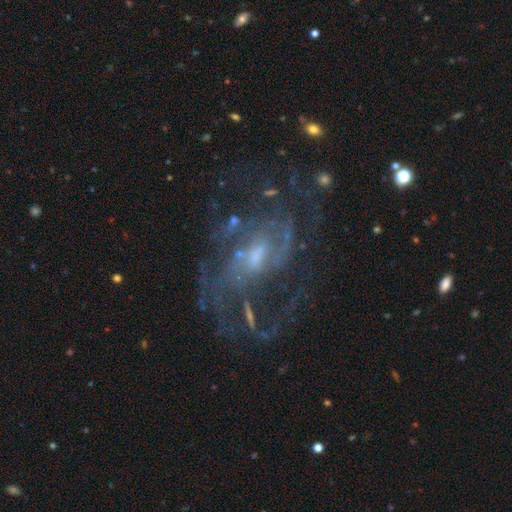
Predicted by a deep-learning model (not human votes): Smooth or featured? featured or disk (83%)
Edge-on disk? no (97%)
Bar? weak (50%)
Spiral arms? yes (90%)
Spiral winding? medium (46%)
Spiral arm count? 2 (34%)
Bulge size? small (50%)
Merging? none (54%)